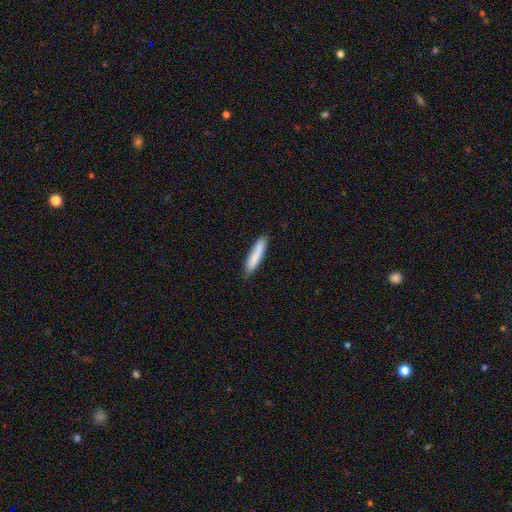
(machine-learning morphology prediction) smooth 84%, featured or disk 10%, star or artifact 6%. Down the decision tree: how rounded — cigar-shaped (85%); merging — none (85%).